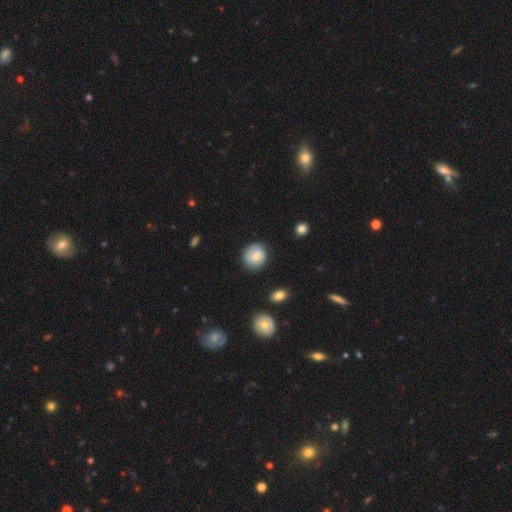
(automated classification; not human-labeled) Smooth or featured? smooth (80%)
How rounded? round (83%)
Merging? none (80%)